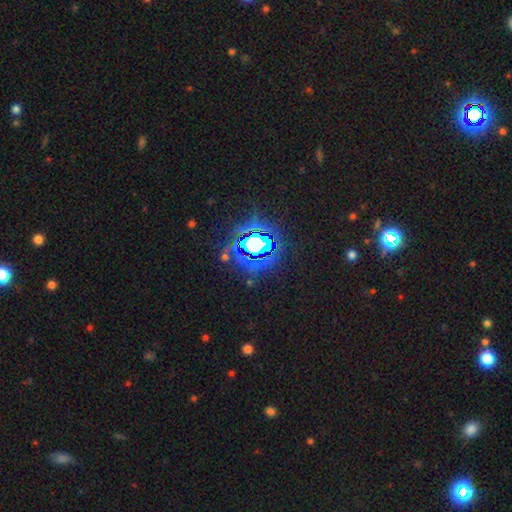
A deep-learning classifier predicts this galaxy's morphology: Smooth or featured: star or artifact — 79% (smooth — 13%)